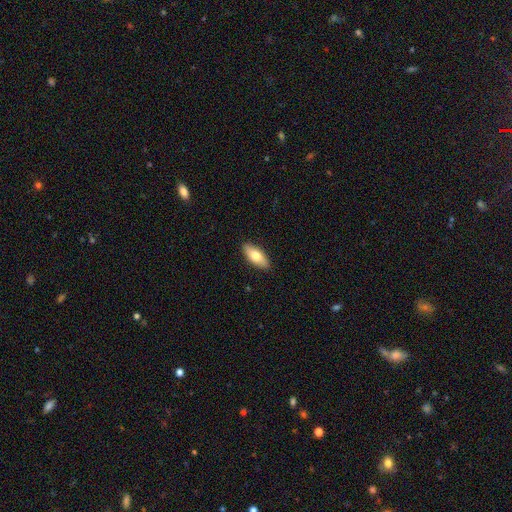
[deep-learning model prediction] Smooth or featured?
  - smooth: 75% *
  - featured or disk: 19%
  - star or artifact: 6%
How rounded?
  - in between: 81% *
  - cigar-shaped: 16%
  - round: 2%
Merging?
  - none: 90% *
  - minor disturbance: 8%
  - major disturbance: 2%
  - merger: 1%